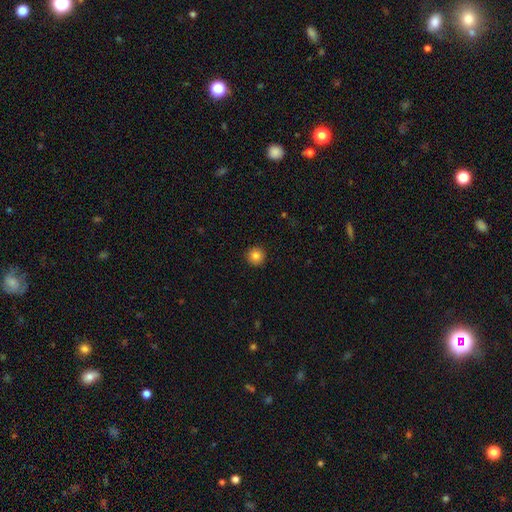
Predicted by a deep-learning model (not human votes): Overall: smooth (83%). How rounded: round (96%). Merging: none (93%).